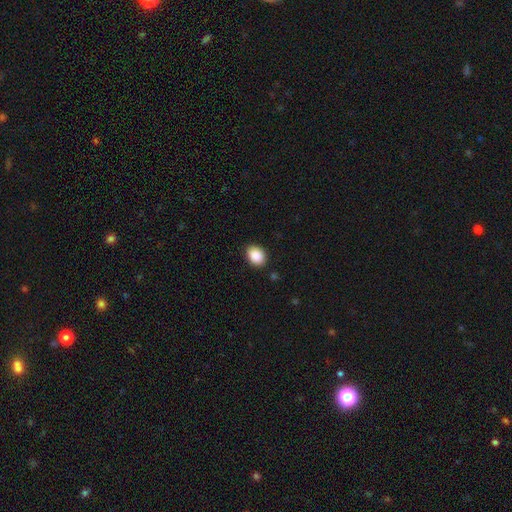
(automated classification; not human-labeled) Smooth or featured: smooth — 89% (star or artifact — 8%)
How rounded: in between — 67% (round — 32%)
Merging: none — 87% (minor disturbance — 9%)